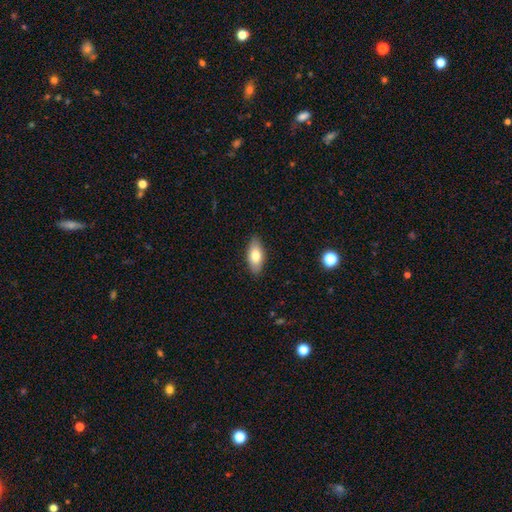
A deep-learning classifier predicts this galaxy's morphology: This appears to be a smooth galaxy with no disk features (76%) that is in between round and cigar-shaped (87%). Merging: none (87%).